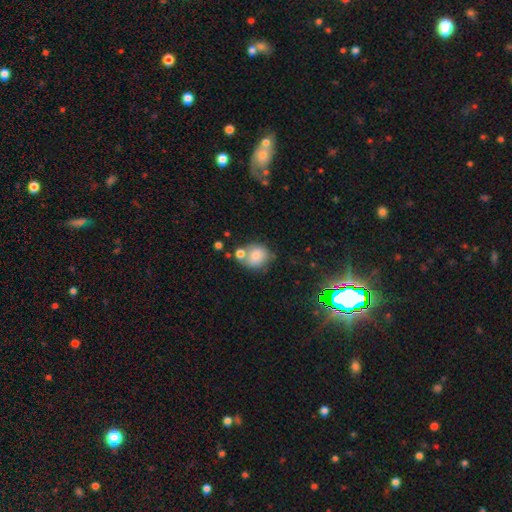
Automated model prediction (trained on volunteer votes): Q: Smooth or featured?
A: smooth (77%); runner-up: featured or disk (12%)
Q: How rounded?
A: round (73%); runner-up: in between (26%)
Q: Merging?
A: none (50%); runner-up: merger (29%)